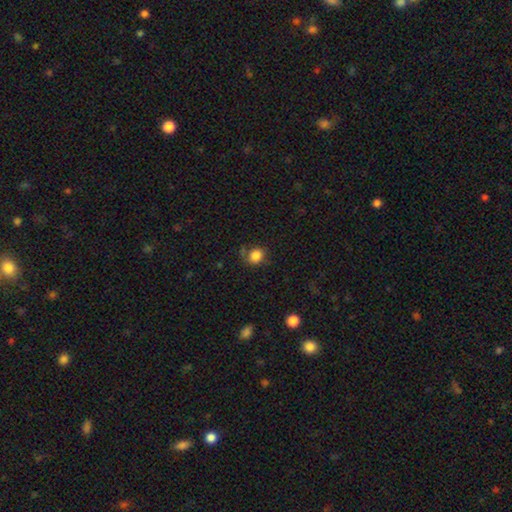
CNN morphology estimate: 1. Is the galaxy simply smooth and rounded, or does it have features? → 84% smooth, 10% star or artifact, 5% featured or disk.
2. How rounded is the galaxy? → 66% round, 33% in between, 1% cigar-shaped.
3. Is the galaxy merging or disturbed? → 67% none, 21% minor disturbance, 7% major disturbance, 4% merger.